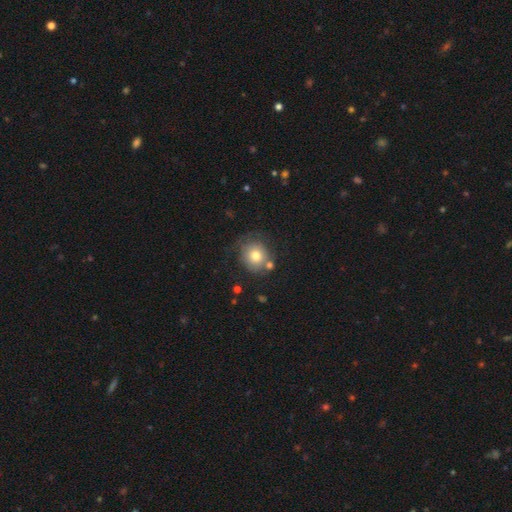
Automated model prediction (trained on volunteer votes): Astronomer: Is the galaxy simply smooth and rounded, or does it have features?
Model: smooth — 73%.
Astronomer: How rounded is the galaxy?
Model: round — 87%.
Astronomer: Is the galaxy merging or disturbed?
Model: none — 63%.